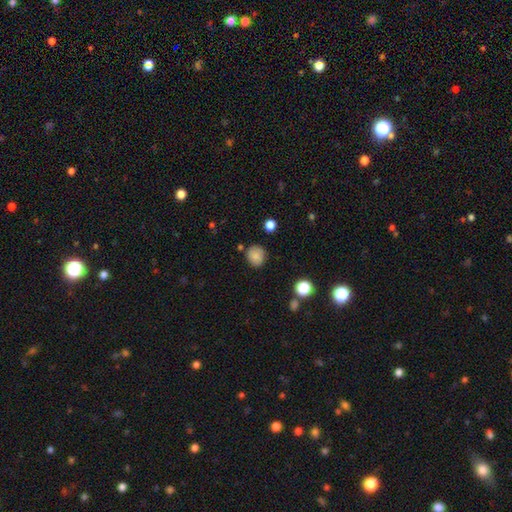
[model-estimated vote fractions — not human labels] Smooth or featured? Predicted: smooth (p=0.84). How rounded? Predicted: round (p=0.86). Merging? Predicted: none (p=0.81).